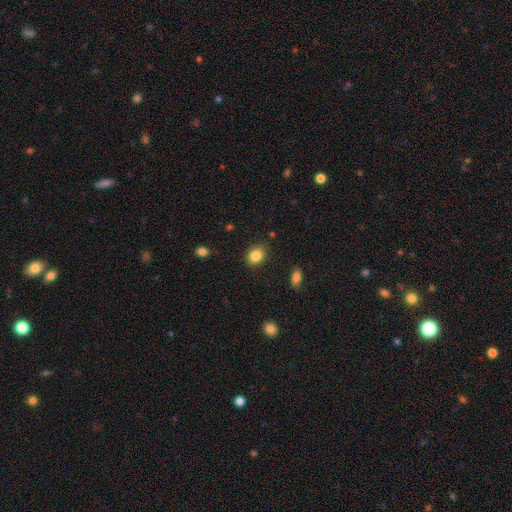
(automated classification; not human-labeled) Q: Smooth or featured?
A: smooth (85%); runner-up: star or artifact (9%)
Q: How rounded?
A: in between (54%); runner-up: round (45%)
Q: Merging?
A: none (83%); runner-up: minor disturbance (13%)